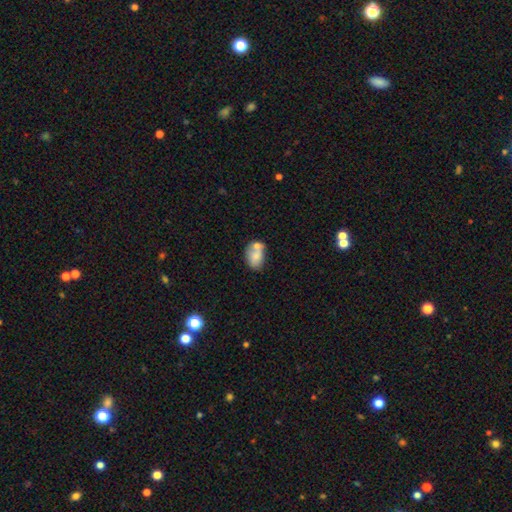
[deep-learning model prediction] This is likely a smooth galaxy (70%). How rounded: likely in between (79%). Merging: possibly merger (45%).